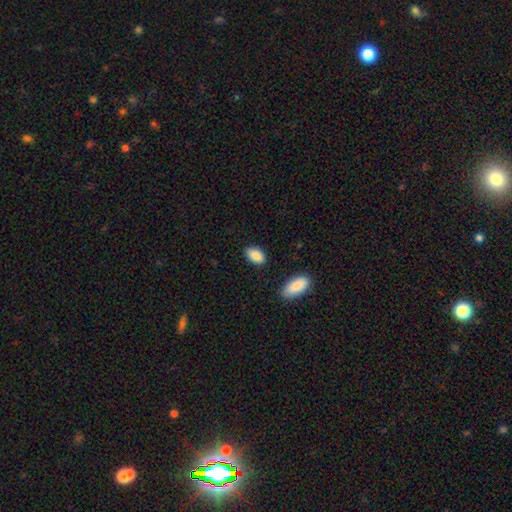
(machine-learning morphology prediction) type=smooth (89%); roundness=in between (93%); merging=none (85%).